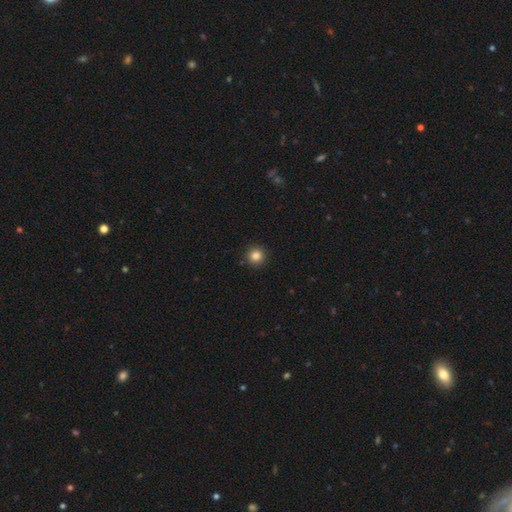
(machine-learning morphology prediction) This is clearly a smooth galaxy (84%). How rounded: clearly round (95%). Merging: clearly none (92%).